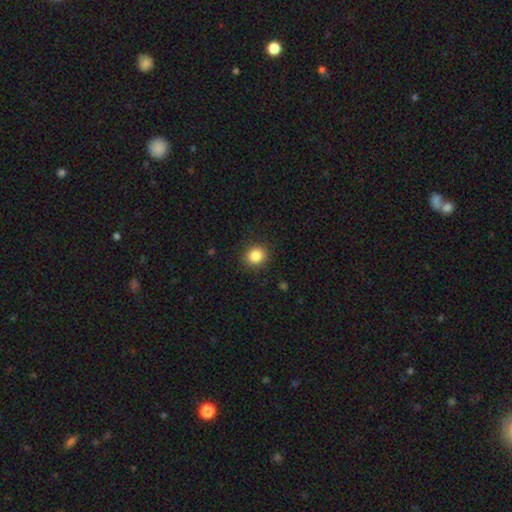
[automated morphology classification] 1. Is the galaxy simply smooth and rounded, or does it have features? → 85% smooth, 10% star or artifact, 4% featured or disk.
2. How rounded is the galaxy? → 79% round, 20% in between, 1% cigar-shaped.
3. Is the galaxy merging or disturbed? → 89% none, 7% minor disturbance, 2% major disturbance, 1% merger.